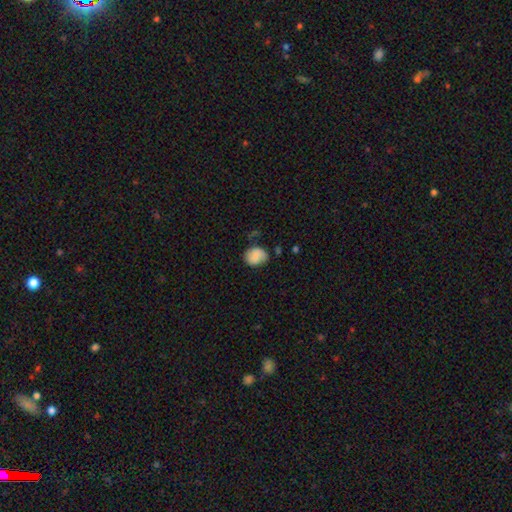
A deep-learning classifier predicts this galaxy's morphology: smooth-or-featured: smooth: 83% | featured or disk: 9% | star or artifact: 8%
  how-rounded: round: 55% | in between: 44% | cigar-shaped: 1%
  merging: none: 59% | minor disturbance: 29% | major disturbance: 8% | merger: 4%